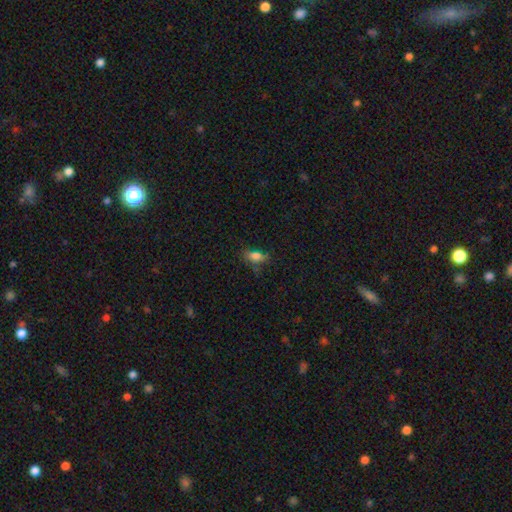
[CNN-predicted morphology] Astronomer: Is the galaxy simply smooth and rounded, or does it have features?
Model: smooth — 73%.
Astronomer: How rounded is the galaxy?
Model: in between — 81%.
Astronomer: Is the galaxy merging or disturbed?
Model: none — 57%.